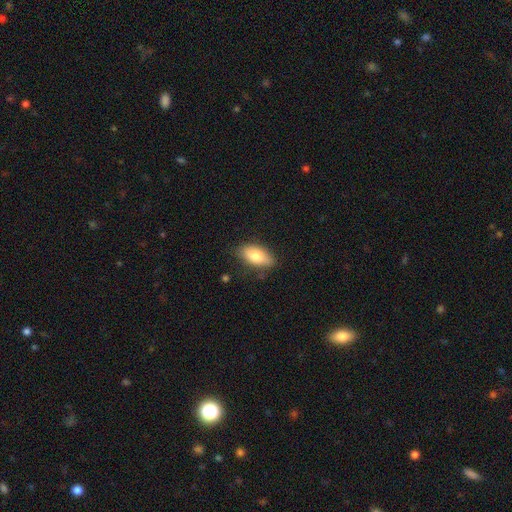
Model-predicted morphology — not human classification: This is likely a smooth galaxy (78%). How rounded: clearly in between (89%). Merging: likely none (79%).